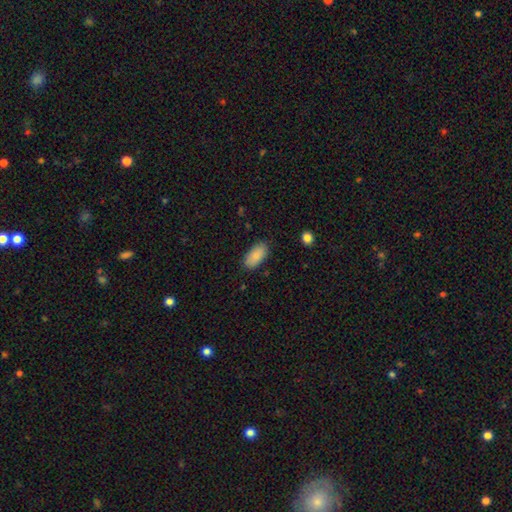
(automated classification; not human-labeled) This appears to be a smooth galaxy with no disk features (88%) that is in between round and cigar-shaped (92%). Merging: none (84%).